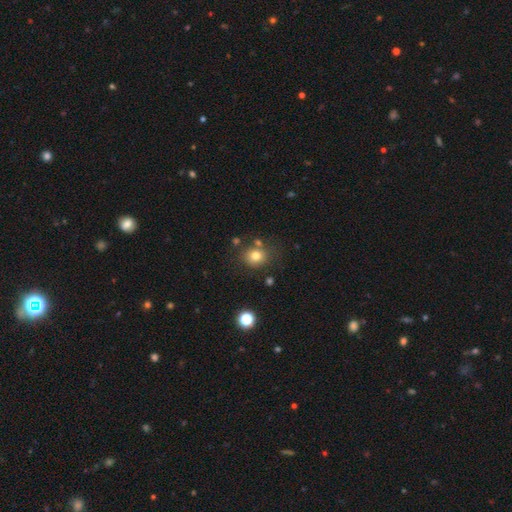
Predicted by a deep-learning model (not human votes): A smooth galaxy with no disk features (78%) that is round (75%). Merging: none (75%).